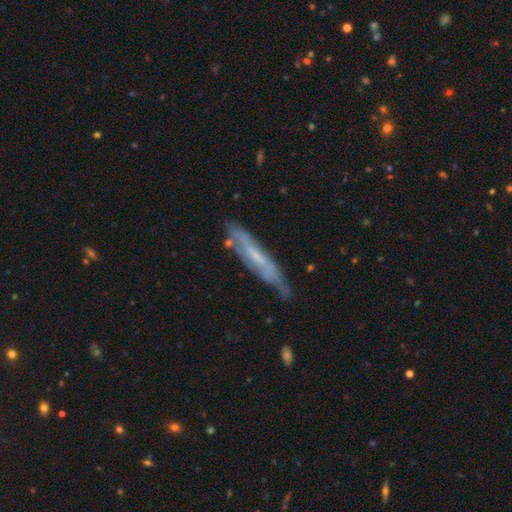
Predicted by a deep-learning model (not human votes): This appears to be a featured or disk galaxy (63%) viewed edge-on (60%). Merging: none (68%).